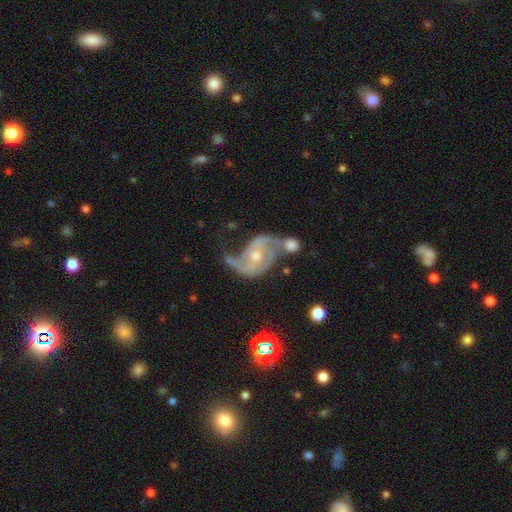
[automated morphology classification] featured or disk 88%, star or artifact 6%, smooth 6%. Down the decision tree: edge-on disk — no (97%); bar — no (48%); spiral arms — yes (96%); spiral arm count — 2 (86%); spiral winding — medium (47%); bulge size — moderate (57%); merging — none (39%).